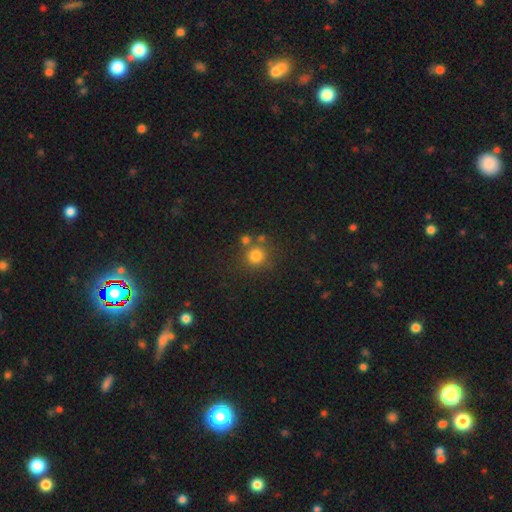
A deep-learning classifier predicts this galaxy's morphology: The model was most divided on "merging": none: 70%, merger: 15%, minor disturbance: 10%, major disturbance: 4%. More confident: how rounded — round (91%); smooth or featured — smooth (78%).